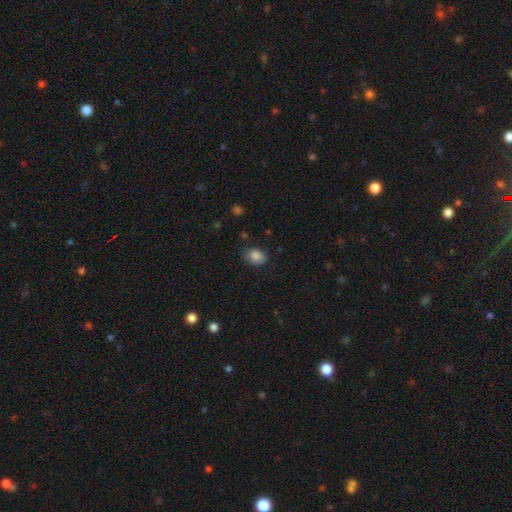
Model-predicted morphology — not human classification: A smooth galaxy with no disk features (85%) that is in between round and cigar-shaped (69%).

Vote fractions:
- Smooth or featured? smooth: 85% / star or artifact: 9% / featured or disk: 6%
- How rounded? in between: 69% / round: 30% / cigar-shaped: 1%
- Merging? none: 77% / minor disturbance: 18% / major disturbance: 3% / merger: 1%